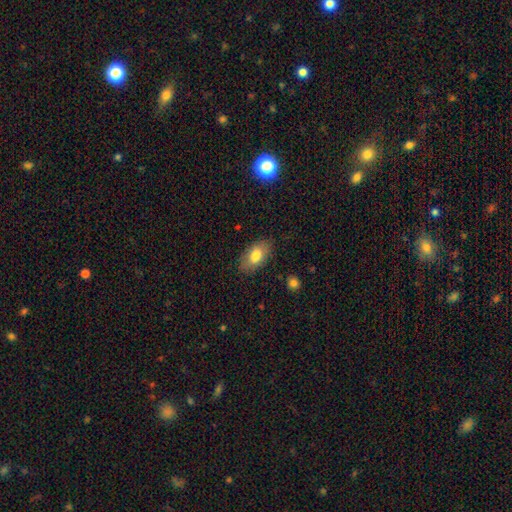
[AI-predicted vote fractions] Smooth or featured? smooth (79%)
How rounded? in between (92%)
Merging? none (83%)